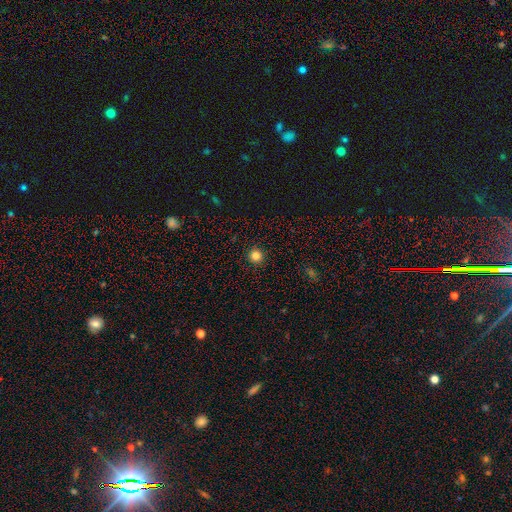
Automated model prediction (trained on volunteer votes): smooth-or-featured: smooth: 83% | star or artifact: 13% | featured or disk: 4%
  how-rounded: round: 96% | in between: 4% | cigar-shaped: 1%
  merging: none: 93% | minor disturbance: 4% | major disturbance: 2% | merger: 1%